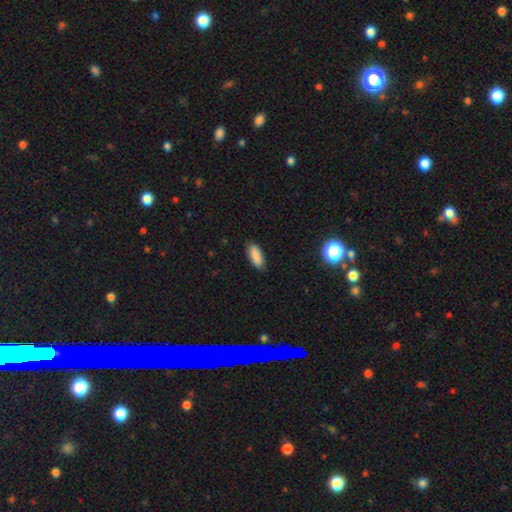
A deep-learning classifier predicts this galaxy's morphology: Smooth or featured? smooth (87%)
How rounded? in between (75%)
Merging? none (87%)